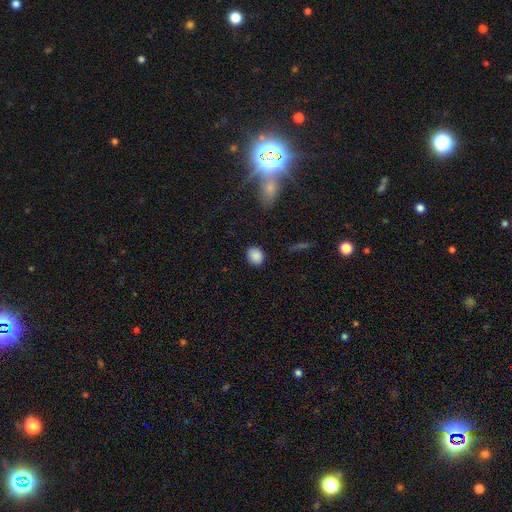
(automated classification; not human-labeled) smooth_or_featured: smooth (p=0.88) [alt: star or artifact p=0.09]
how_rounded: round (p=0.64) [alt: in between p=0.35]
merging: none (p=0.88) [alt: minor disturbance p=0.08]